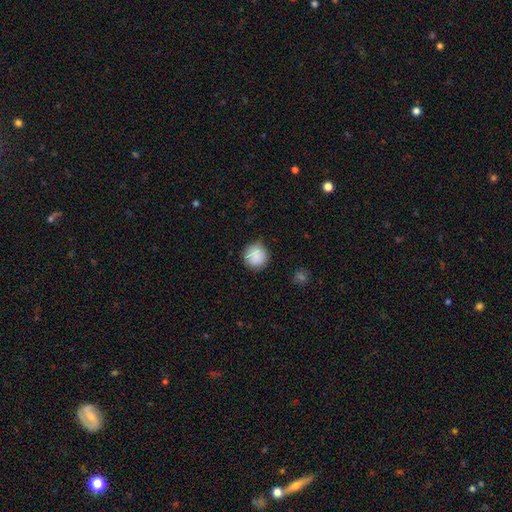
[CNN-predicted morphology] A smooth galaxy with no disk features (88%) that is round (95%). Merging: none (85%).